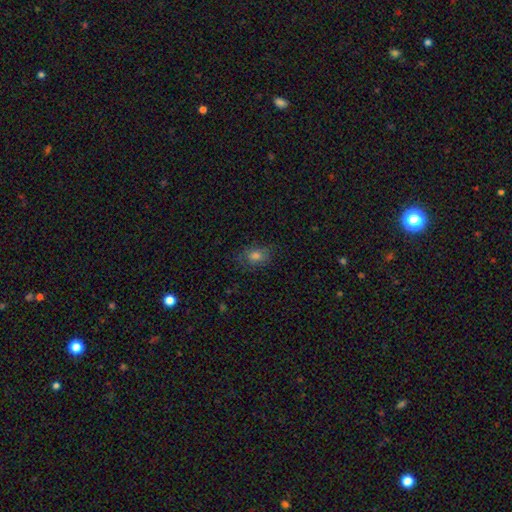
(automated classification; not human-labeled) Q: Smooth or featured?
A: smooth (69%); runner-up: star or artifact (16%)
Q: How rounded?
A: in between (63%); runner-up: round (35%)
Q: Merging?
A: none (74%); runner-up: minor disturbance (19%)